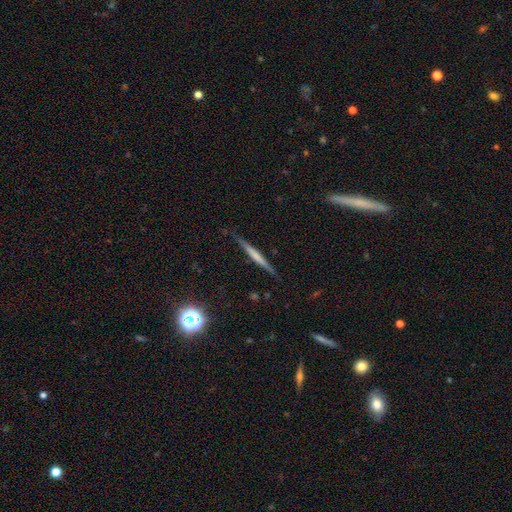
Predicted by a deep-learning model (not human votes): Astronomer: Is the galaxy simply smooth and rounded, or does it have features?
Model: featured or disk — 50% (runner-up: smooth, 42%).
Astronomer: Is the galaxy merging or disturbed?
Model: none — 85%.